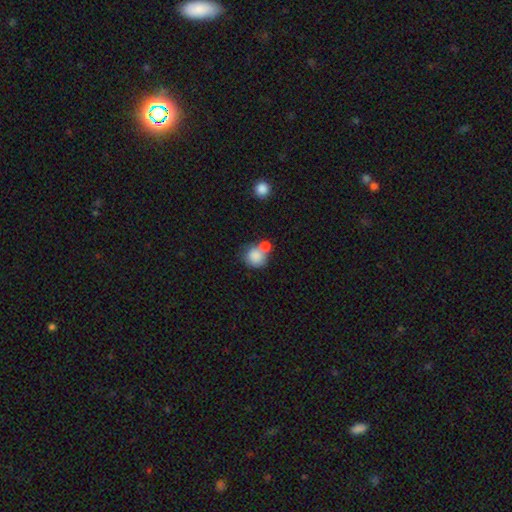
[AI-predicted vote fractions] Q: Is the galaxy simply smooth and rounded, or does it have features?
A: smooth — 83%.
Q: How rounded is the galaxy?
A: round — 84%.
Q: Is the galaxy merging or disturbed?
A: none — 44%.